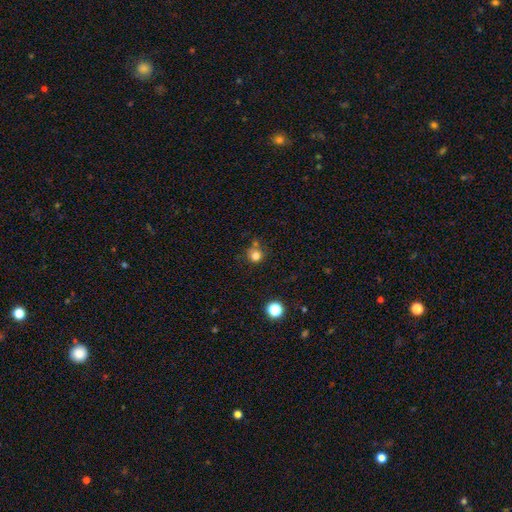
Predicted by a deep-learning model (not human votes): A smooth galaxy with no disk features (78%) that is round (91%).

Vote fractions:
- Smooth or featured? smooth: 78% / star or artifact: 15% / featured or disk: 7%
- How rounded? round: 91% / in between: 8% / cigar-shaped: 1%
- Merging? none: 68% / minor disturbance: 14% / merger: 13% / major disturbance: 5%